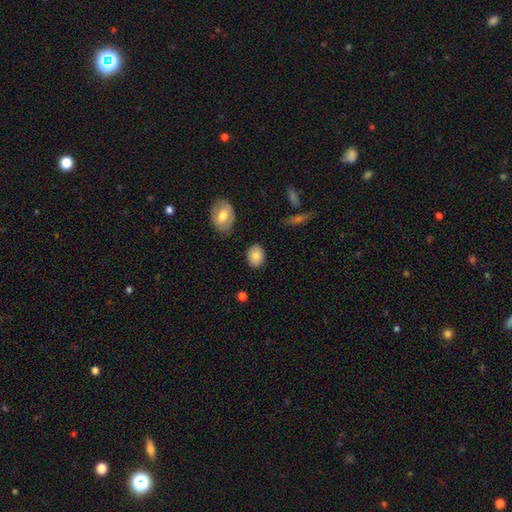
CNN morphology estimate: Q: Smooth or featured?
A: smooth (82%); runner-up: featured or disk (11%)
Q: How rounded?
A: in between (55%); runner-up: round (44%)
Q: Merging?
A: none (86%); runner-up: minor disturbance (10%)